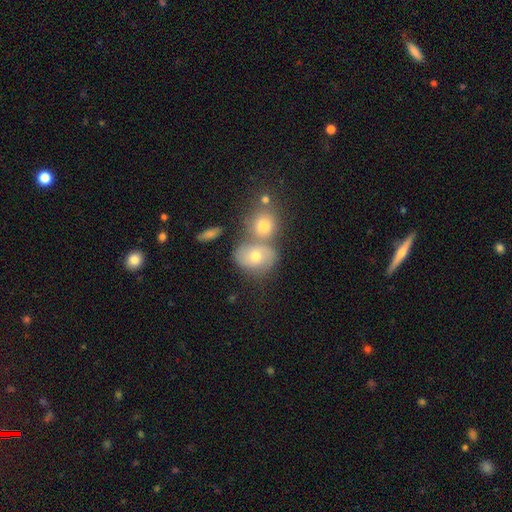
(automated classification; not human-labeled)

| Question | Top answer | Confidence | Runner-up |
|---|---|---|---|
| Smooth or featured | smooth | 46% | featured or disk (33%) |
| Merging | merger | 61% | none (27%) |